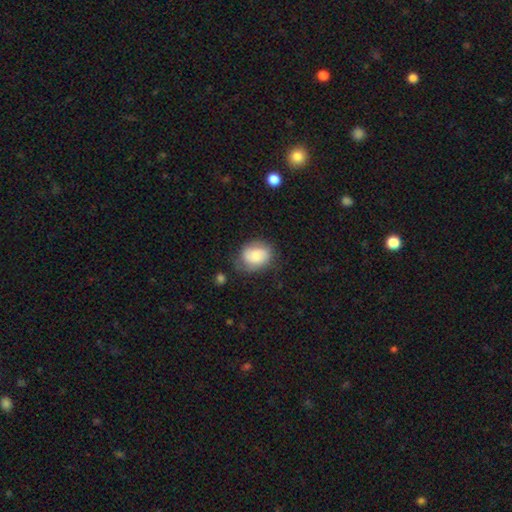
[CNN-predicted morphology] Smooth or featured? smooth (66%)
How rounded? in between (53%)
Merging? none (63%)